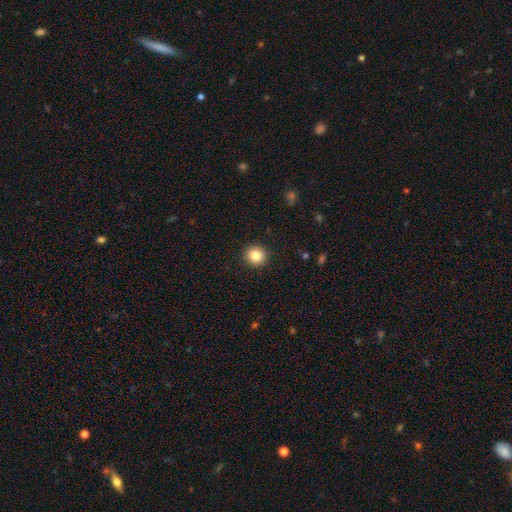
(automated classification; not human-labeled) This is clearly a smooth galaxy (84%). How rounded: clearly round (92%). Merging: clearly none (92%).